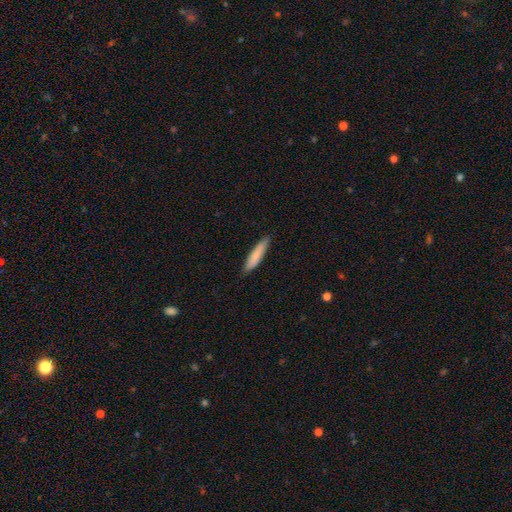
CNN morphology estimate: A smooth galaxy with no disk features (81%) that is cigar-shaped (84%).

Vote fractions:
- Smooth or featured? smooth: 81% / featured or disk: 14% / star or artifact: 6%
- How rounded? cigar-shaped: 84% / in between: 15% / round: 1%
- Merging? none: 84% / minor disturbance: 13% / major disturbance: 2% / merger: 1%